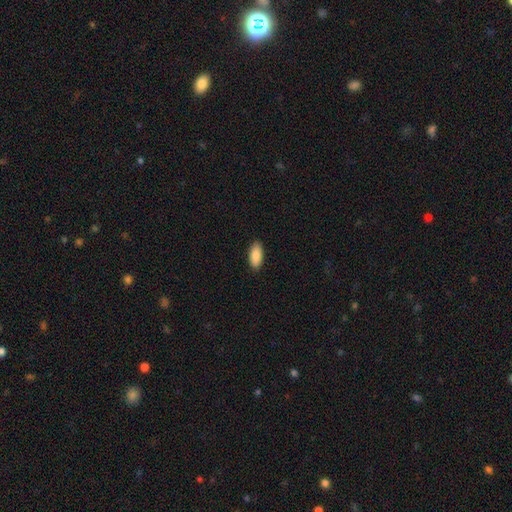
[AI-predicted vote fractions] The model was most divided on "how rounded": in between: 89%, cigar-shaped: 10%, round: 2%. More confident: smooth or featured — smooth (90%); merging — none (89%).